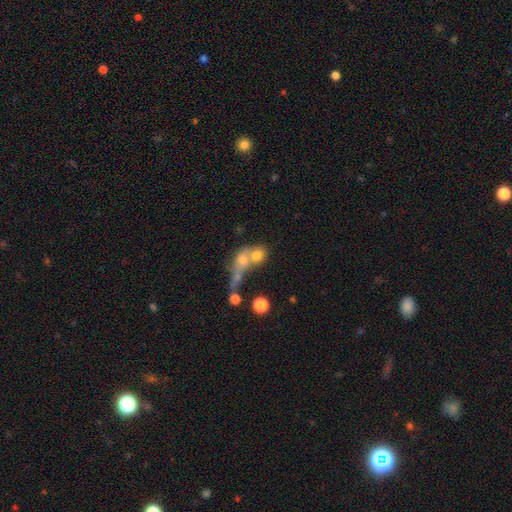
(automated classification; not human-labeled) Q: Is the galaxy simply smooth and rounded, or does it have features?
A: smooth — 60%.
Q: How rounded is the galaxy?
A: round — 52%.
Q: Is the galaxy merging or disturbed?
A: merger — 61%.